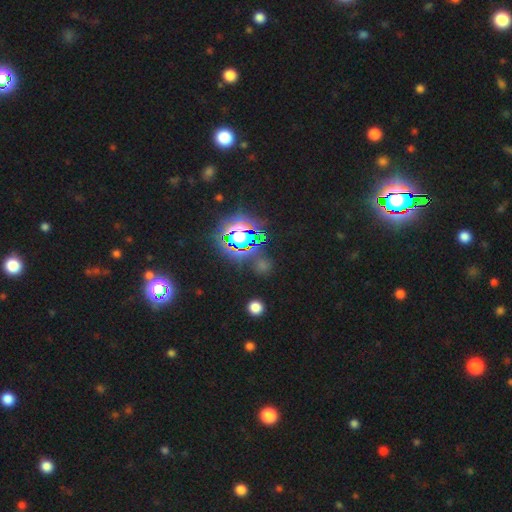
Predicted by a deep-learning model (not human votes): Morphology: type=star or artifact (81%).